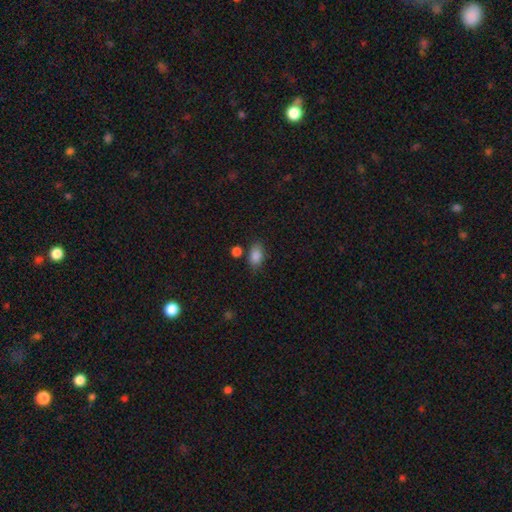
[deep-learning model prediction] smooth 86%, star or artifact 9%, featured or disk 5%. Down the decision tree: how rounded — in between (83%); merging — none (69%).